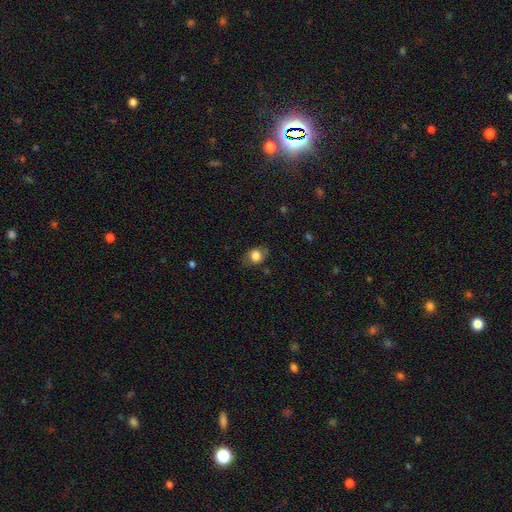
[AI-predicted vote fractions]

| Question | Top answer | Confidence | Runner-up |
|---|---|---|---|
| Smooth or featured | smooth | 79% | featured or disk (12%) |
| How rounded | round | 50% | in between (49%) |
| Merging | none | 72% | minor disturbance (20%) |